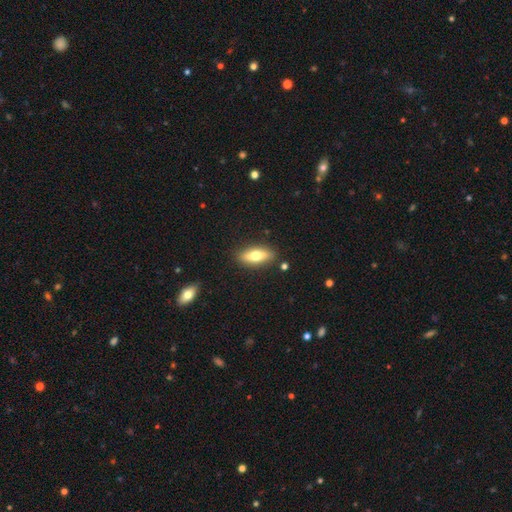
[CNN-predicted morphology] A smooth galaxy with no disk features (60%) that is in between round and cigar-shaped (62%). Merging: none (87%).